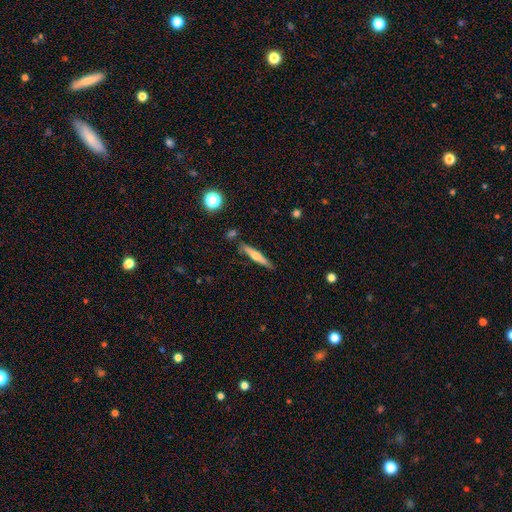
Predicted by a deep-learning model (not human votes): This is possibly a featured or disk galaxy (48%). Merging: clearly none (81%).